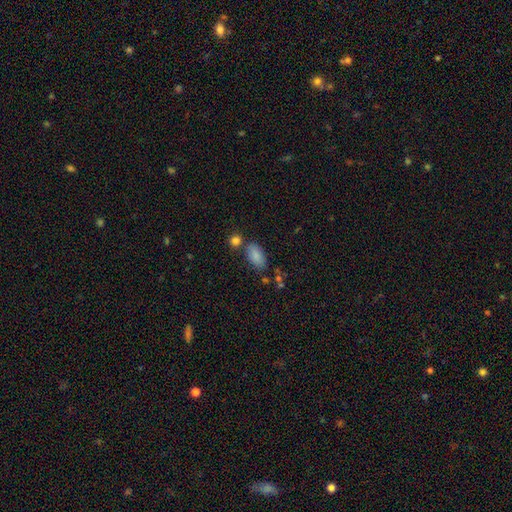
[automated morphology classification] A smooth galaxy with no disk features (86%) that is in between round and cigar-shaped (92%).

Vote fractions:
- Smooth or featured? smooth: 86% / star or artifact: 8% / featured or disk: 6%
- How rounded? in between: 92% / cigar-shaped: 4% / round: 4%
- Merging? none: 66% / minor disturbance: 15% / merger: 14% / major disturbance: 5%